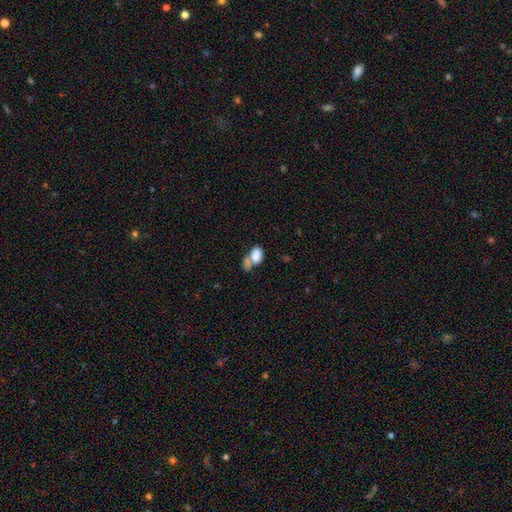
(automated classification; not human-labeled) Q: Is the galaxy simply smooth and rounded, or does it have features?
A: smooth — 82%.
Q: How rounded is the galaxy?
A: in between — 88%.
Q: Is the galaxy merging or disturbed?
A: merger — 55%.